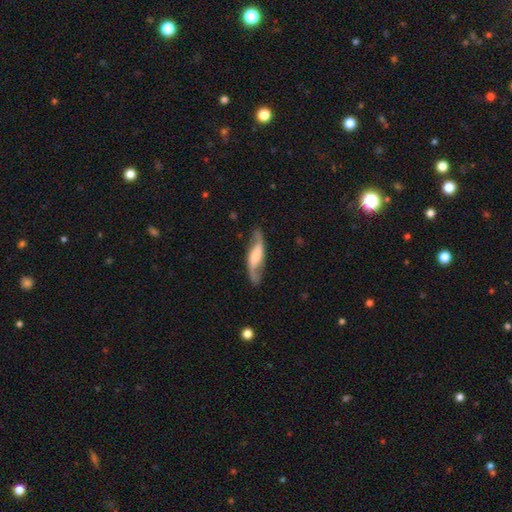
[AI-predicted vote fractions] Morphology: type=featured or disk (75%); edge-on=no (80%); bar=weak (39%); spiral arms=yes (94%); winding=loose (70%); arm count=2 (91%); bulge=large (30%, tied with moderate); merging=none (78%).